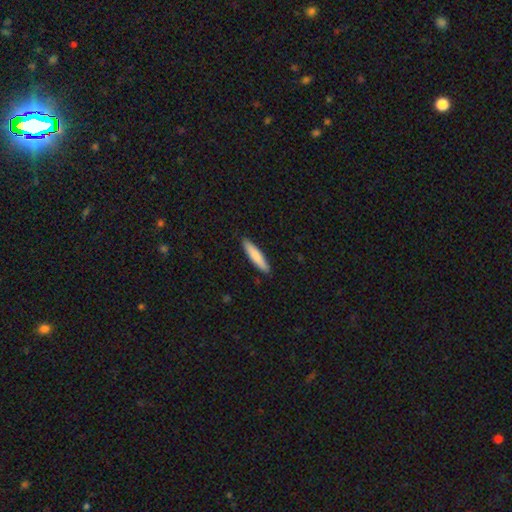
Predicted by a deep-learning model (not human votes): Smooth or featured? smooth (81%)
How rounded? cigar-shaped (85%)
Merging? none (90%)